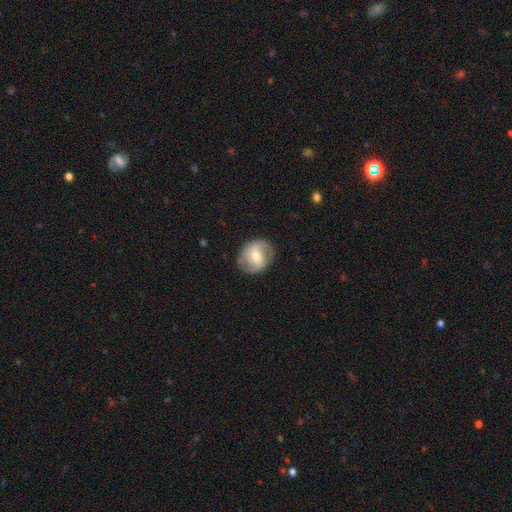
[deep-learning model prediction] This appears to be a featured or disk galaxy (59%) with a weak bar (45%), spiral arms (77%) and a moderate central bulge (64%). Merging: none (79%).